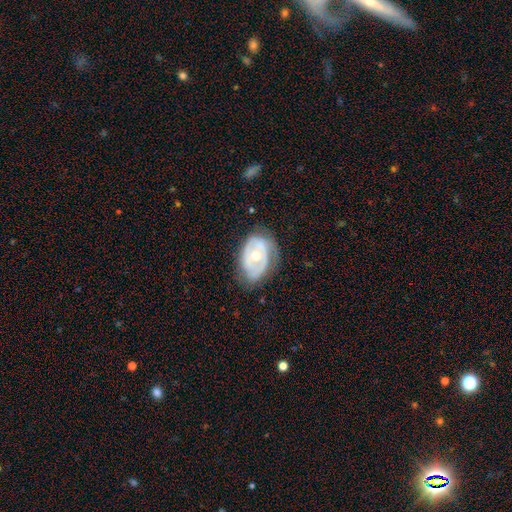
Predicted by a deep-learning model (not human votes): smooth-or-featured: featured or disk: 68% | smooth: 26% | star or artifact: 6%
  disk-edge-on: no: 94% | yes: 6%
    bar: no: 76% | weak: 18% | strong: 6%
    has-spiral-arms: no: 53% | yes: 47%
    bulge-size: moderate: 64% | small: 32% | large: 3% | none: 1% | dominant: 1%
  merging: none: 61% | minor disturbance: 26% | major disturbance: 11% | merger: 1%